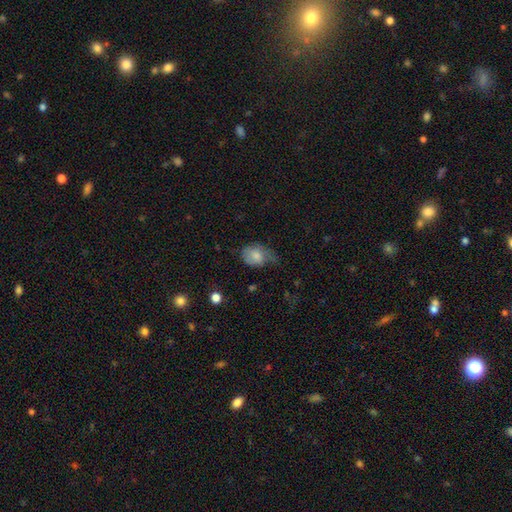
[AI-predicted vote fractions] Overall: smooth (75%). How rounded: in between (69%; round 30%). Merging: minor disturbance (41%; none 32%).